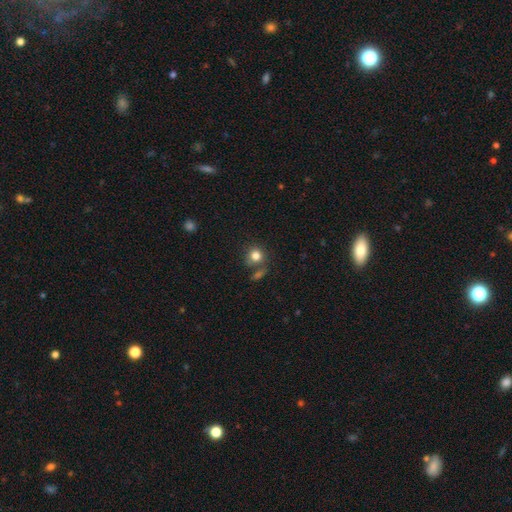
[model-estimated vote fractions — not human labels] Smooth or featured?
  - smooth: 81% *
  - star or artifact: 11%
  - featured or disk: 8%
How rounded?
  - round: 84% *
  - in between: 15%
  - cigar-shaped: 1%
Merging?
  - none: 61% *
  - merger: 18%
  - minor disturbance: 14%
  - major disturbance: 6%